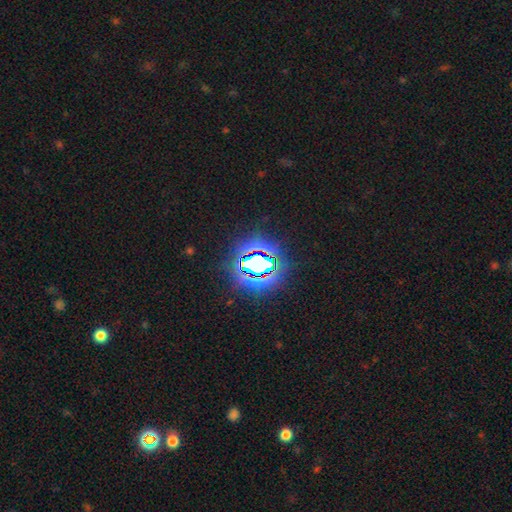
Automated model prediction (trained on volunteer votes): A star or artifact, not a galaxy (84%).

Vote fractions:
- Smooth or featured? star or artifact: 84% / smooth: 10% / featured or disk: 6%